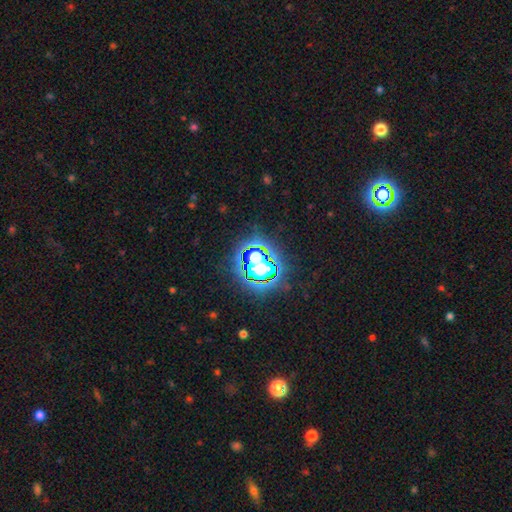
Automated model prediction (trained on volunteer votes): The model was most divided on "smooth or featured": star or artifact: 80%, smooth: 13%, featured or disk: 8%.